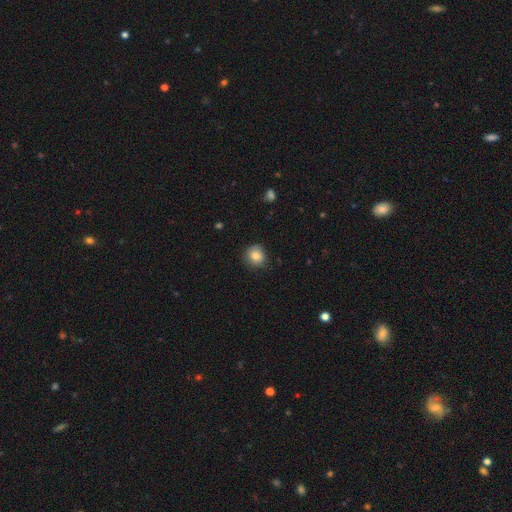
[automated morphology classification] Smooth or featured?
  - smooth: 83% *
  - star or artifact: 9%
  - featured or disk: 8%
How rounded?
  - round: 85% *
  - in between: 14%
  - cigar-shaped: 1%
Merging?
  - none: 78% *
  - minor disturbance: 17%
  - major disturbance: 4%
  - merger: 1%